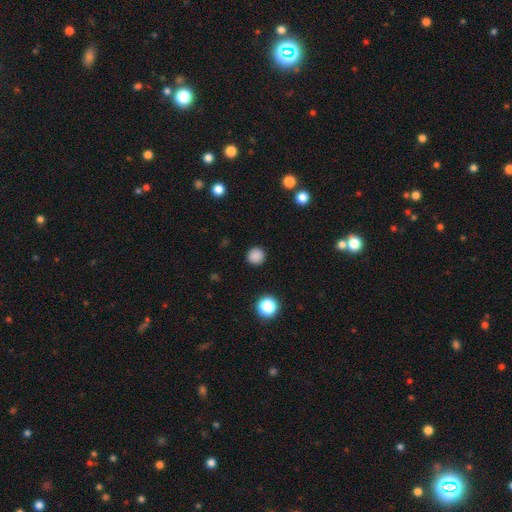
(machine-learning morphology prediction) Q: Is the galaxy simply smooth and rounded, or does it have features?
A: smooth — 85%.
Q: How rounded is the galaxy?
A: round — 95%.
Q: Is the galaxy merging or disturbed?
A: none — 92%.